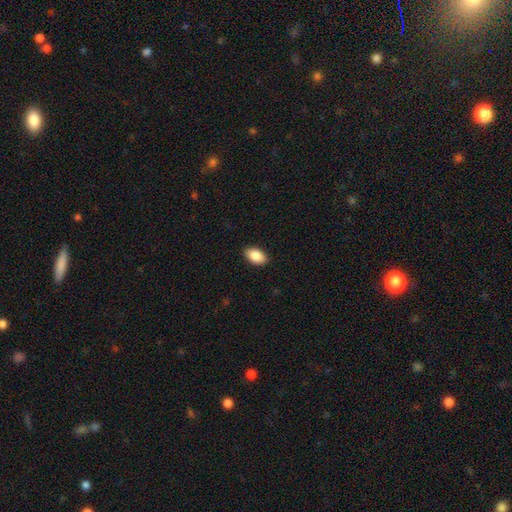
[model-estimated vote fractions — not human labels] smooth 88%, star or artifact 7%, featured or disk 5%. Down the decision tree: how rounded — in between (93%); merging — none (89%).